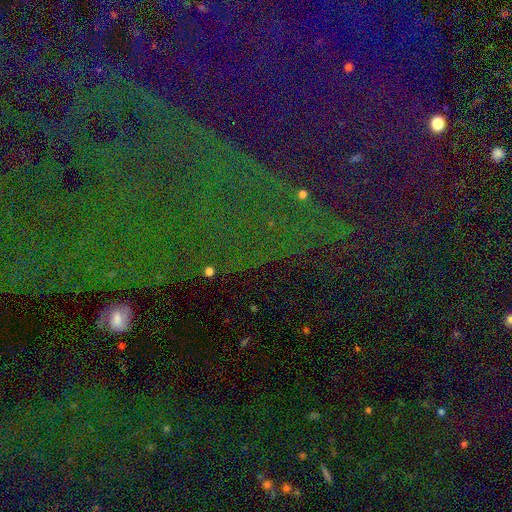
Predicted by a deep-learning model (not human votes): Smooth or featured? Predicted: star or artifact (p=0.84).